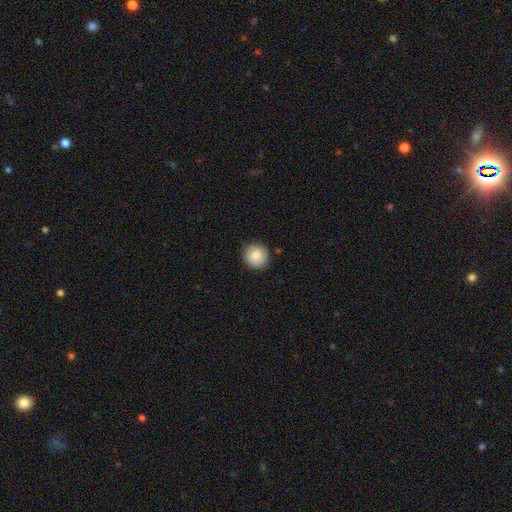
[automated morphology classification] The model was most divided on "smooth or featured": smooth: 84%, featured or disk: 9%, star or artifact: 7%. More confident: how rounded — round (90%); merging — none (86%).